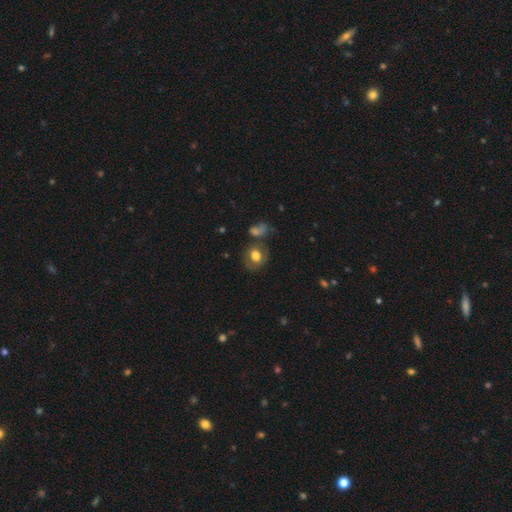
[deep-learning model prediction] The model was most divided on "how rounded": round: 61%, in between: 38%, cigar-shaped: 1%. More confident: smooth or featured — smooth (65%); merging — none (60%).